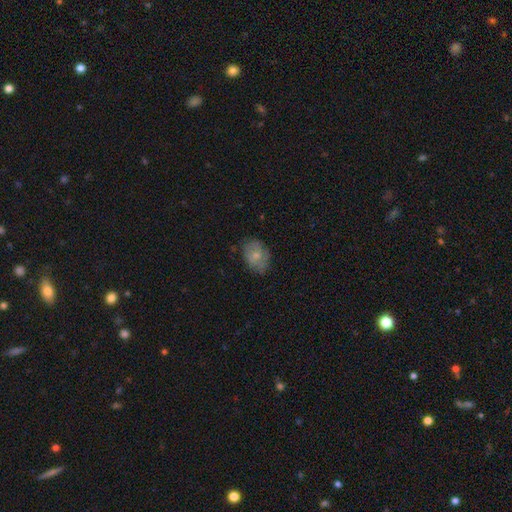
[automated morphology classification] A smooth galaxy with no disk features (66%) that is in between round and cigar-shaped (70%).

Vote fractions:
- Smooth or featured? smooth: 66% / featured or disk: 26% / star or artifact: 8%
- How rounded? in between: 70% / round: 29% / cigar-shaped: 1%
- Merging? none: 68% / minor disturbance: 24% / major disturbance: 7% / merger: 1%